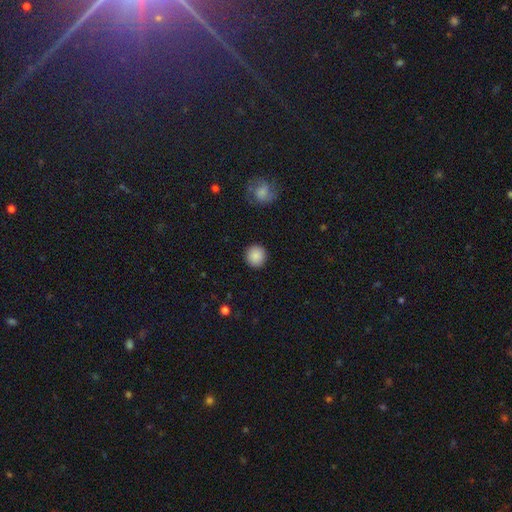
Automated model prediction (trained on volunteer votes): Overall: smooth (88%). How rounded: round (94%). Merging: none (91%).